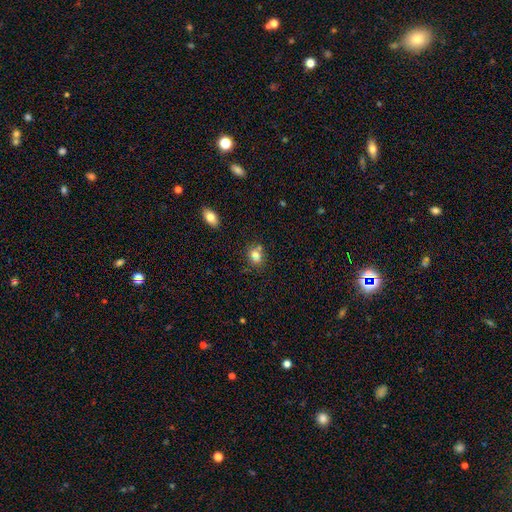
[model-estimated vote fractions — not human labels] smooth-or-featured: smooth: 73% | star or artifact: 14% | featured or disk: 13%
  how-rounded: round: 61% | in between: 38% | cigar-shaped: 1%
  merging: none: 62% | merger: 22% | minor disturbance: 12% | major disturbance: 4%